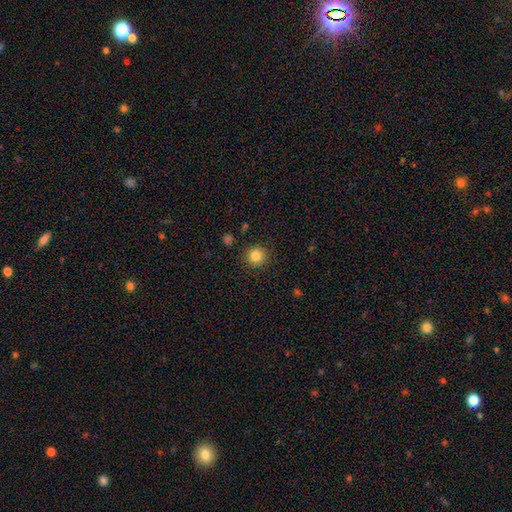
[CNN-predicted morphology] A smooth galaxy with no disk features (84%) that is round (94%).

Vote fractions:
- Smooth or featured? smooth: 84% / star or artifact: 11% / featured or disk: 5%
- How rounded? round: 94% / in between: 5% / cigar-shaped: 1%
- Merging? none: 90% / minor disturbance: 6% / major disturbance: 2% / merger: 1%